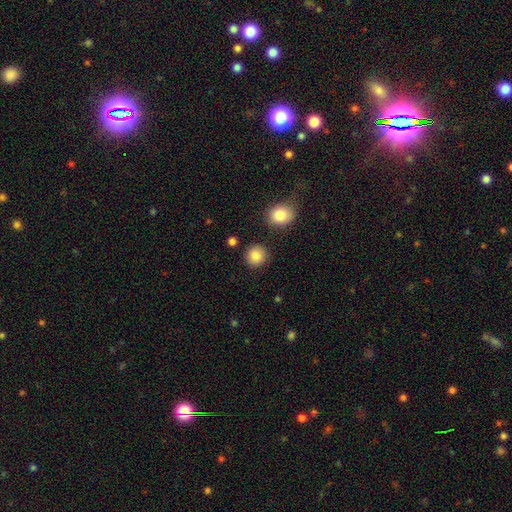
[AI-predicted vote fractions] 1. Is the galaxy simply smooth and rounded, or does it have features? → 88% smooth, 8% star or artifact, 4% featured or disk.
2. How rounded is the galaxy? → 90% round, 9% in between, 1% cigar-shaped.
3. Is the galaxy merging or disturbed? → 88% none, 7% minor disturbance, 3% merger, 2% major disturbance.